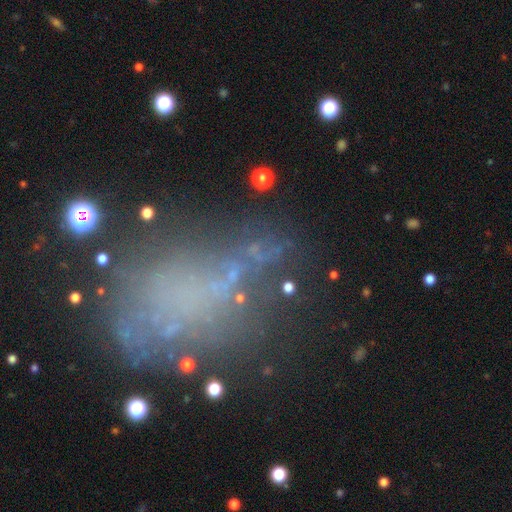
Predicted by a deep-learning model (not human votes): Morphology: type=featured or disk (35%, tied with smooth); merging=none (49%).